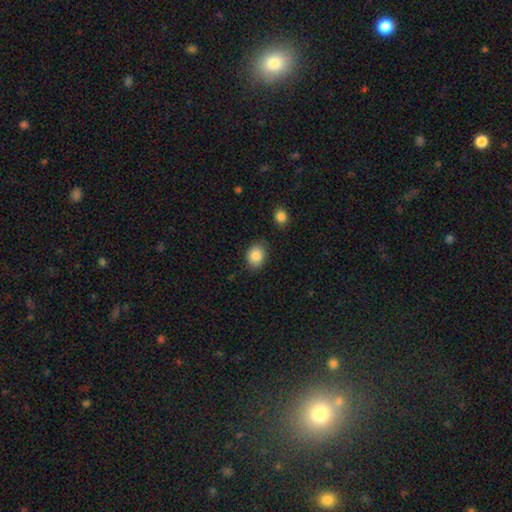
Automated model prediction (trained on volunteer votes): smooth-or-featured: smooth: 87% | star or artifact: 8% | featured or disk: 5%
  how-rounded: in between: 55% | round: 44% | cigar-shaped: 1%
  merging: none: 81% | minor disturbance: 14% | major disturbance: 3% | merger: 3%